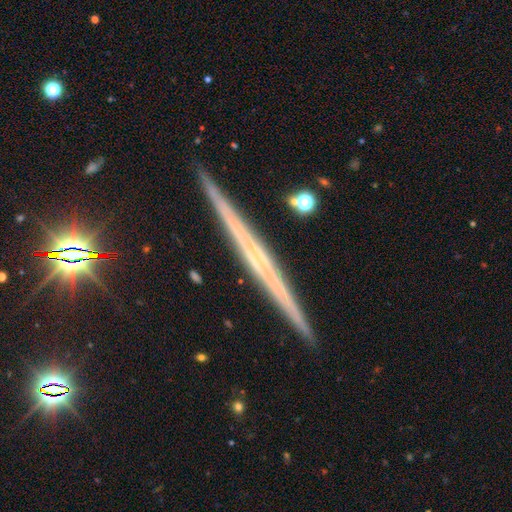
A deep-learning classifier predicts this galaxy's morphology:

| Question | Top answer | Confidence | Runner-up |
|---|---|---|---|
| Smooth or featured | featured or disk | 73% | smooth (19%) |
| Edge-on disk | yes | 98% | no (2%) |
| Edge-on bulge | none | 67% | rounded (24%) |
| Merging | none | 92% | minor disturbance (6%) |